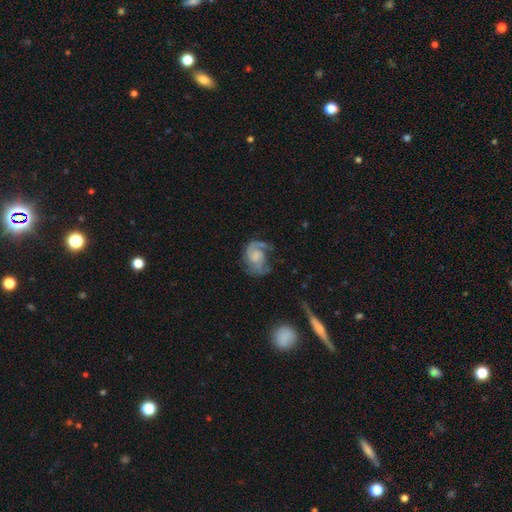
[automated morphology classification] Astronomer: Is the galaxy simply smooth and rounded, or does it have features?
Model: featured or disk — 81%.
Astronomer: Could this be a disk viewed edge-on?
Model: no — 98%.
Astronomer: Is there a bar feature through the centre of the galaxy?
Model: no — 62%.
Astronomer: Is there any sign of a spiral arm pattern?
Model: yes — 95%.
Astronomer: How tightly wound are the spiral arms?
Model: medium — 48% (runner-up: tight, 30%).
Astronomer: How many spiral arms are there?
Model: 2 — 69%.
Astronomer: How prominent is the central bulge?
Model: none — 36% (runner-up: small, 27%).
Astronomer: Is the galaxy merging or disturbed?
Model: none — 55%.